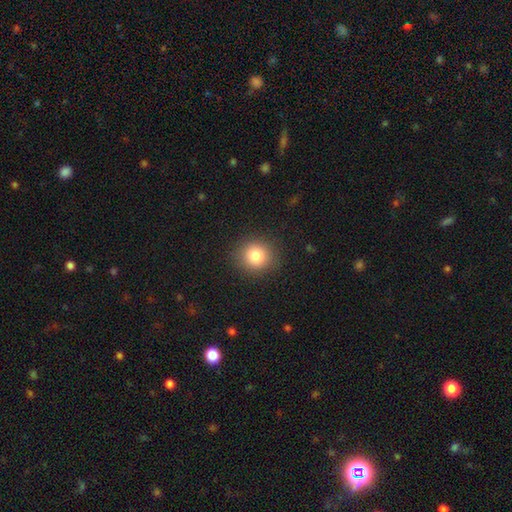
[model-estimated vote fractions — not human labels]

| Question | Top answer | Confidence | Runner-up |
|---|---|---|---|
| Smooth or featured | smooth | 81% | star or artifact (11%) |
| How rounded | round | 88% | in between (11%) |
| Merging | none | 89% | minor disturbance (7%) |